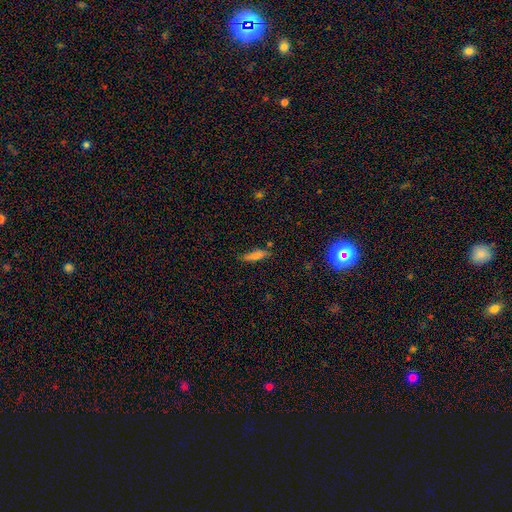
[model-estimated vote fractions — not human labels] smooth-or-featured: smooth: 61% | featured or disk: 23% | star or artifact: 16%
  how-rounded: cigar-shaped: 63% | in between: 33% | round: 4%
  merging: none: 73% | minor disturbance: 20% | major disturbance: 5% | merger: 3%